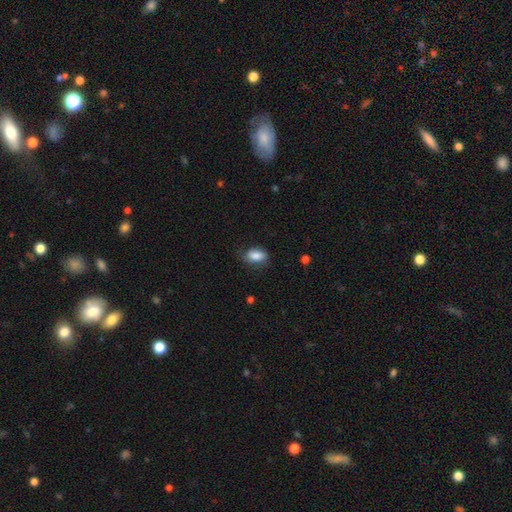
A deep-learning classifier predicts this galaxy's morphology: The model was most divided on "merging": none: 64%, minor disturbance: 27%, major disturbance: 8%, merger: 1%. More confident: how rounded — in between (90%); smooth or featured — smooth (83%).